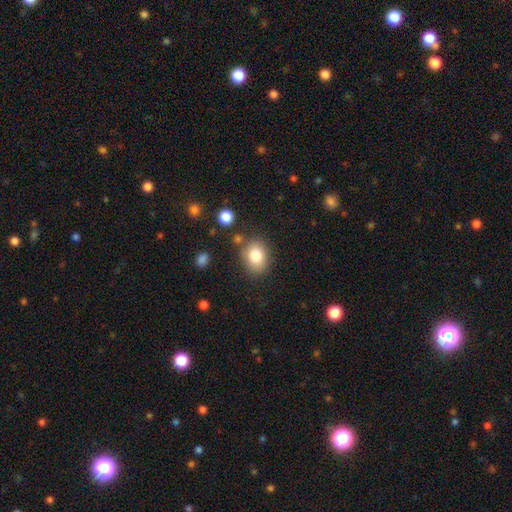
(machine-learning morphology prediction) type=smooth (81%); roundness=in between (52%); merging=none (78%).